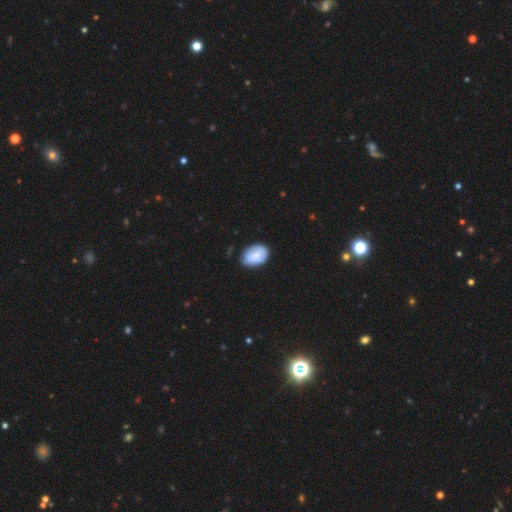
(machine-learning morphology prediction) The model was most divided on "smooth or featured": smooth: 70%, featured or disk: 24%, star or artifact: 6%. More confident: how rounded — in between (84%); merging — none (71%).